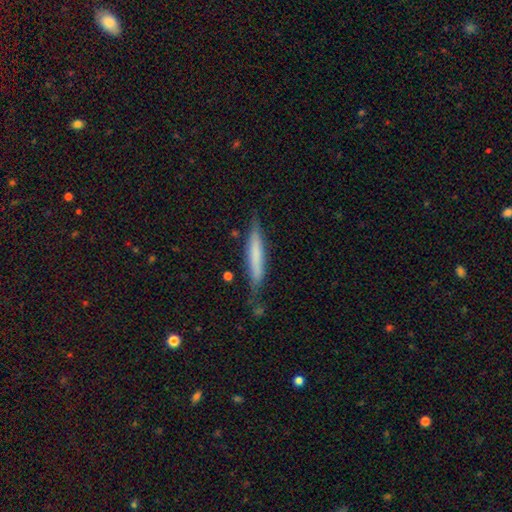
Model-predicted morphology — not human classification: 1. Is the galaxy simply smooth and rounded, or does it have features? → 57% smooth, 37% featured or disk, 6% star or artifact.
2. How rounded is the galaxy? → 93% cigar-shaped, 5% in between, 1% round.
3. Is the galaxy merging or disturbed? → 76% none, 18% minor disturbance, 4% major disturbance, 3% merger.